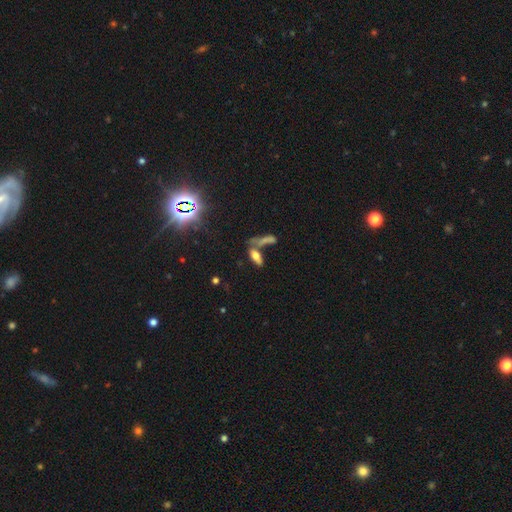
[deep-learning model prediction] Q: Smooth or featured?
A: smooth (62%); runner-up: featured or disk (23%)
Q: How rounded?
A: in between (70%); runner-up: cigar-shaped (26%)
Q: Merging?
A: none (46%); runner-up: merger (35%)